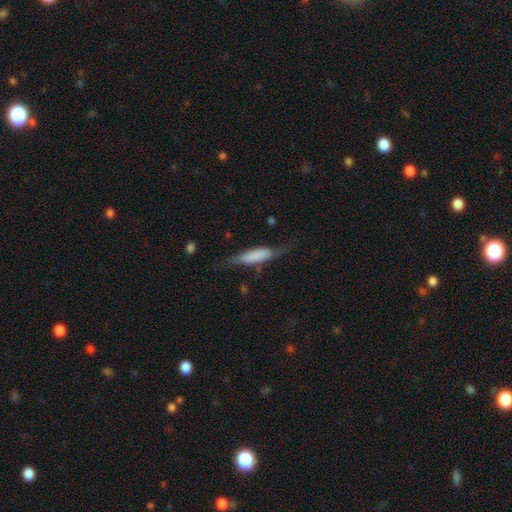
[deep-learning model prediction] Overall: smooth (63%; featured or disk 31%). How rounded: cigar-shaped (63%; in between 34%). Merging: none (56%; minor disturbance 26%).